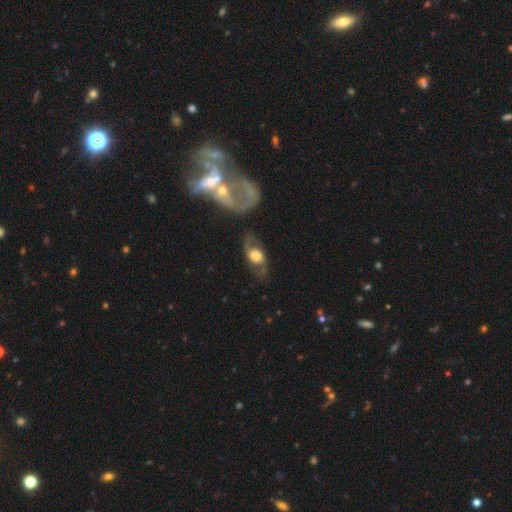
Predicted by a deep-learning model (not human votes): Smooth or featured? featured or disk (69%)
Edge-on disk? no (89%)
Bar? no (58%)
Spiral arms? yes (86%)
Spiral winding? loose (59%)
Spiral arm count? 2 (91%)
Bulge size? large (51%)
Merging? none (64%)